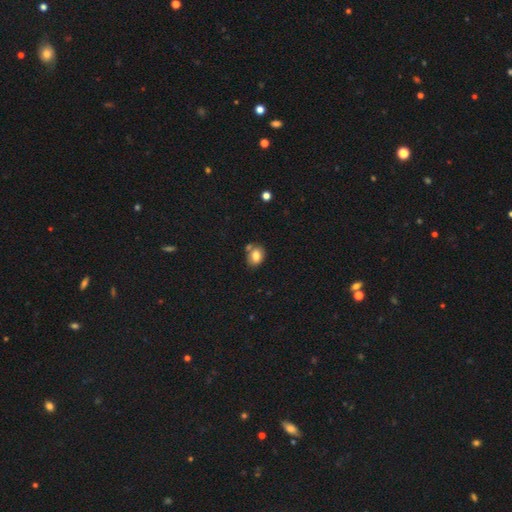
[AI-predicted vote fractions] This is likely a smooth galaxy (79%). How rounded: possibly in between (59%). Merging: likely none (63%).